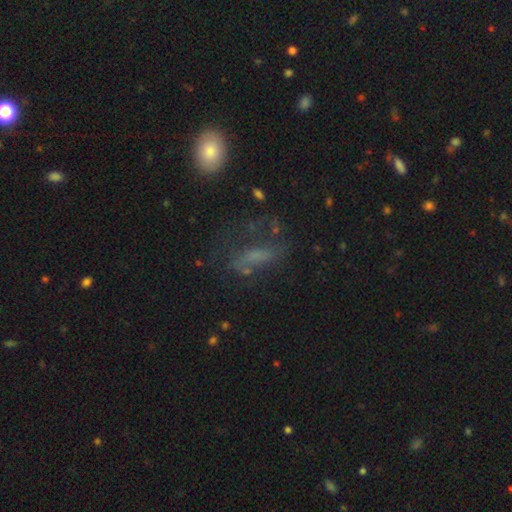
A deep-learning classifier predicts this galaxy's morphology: smooth 40%, featured or disk 36%, star or artifact 24%. Down the decision tree: merging — none (45%).